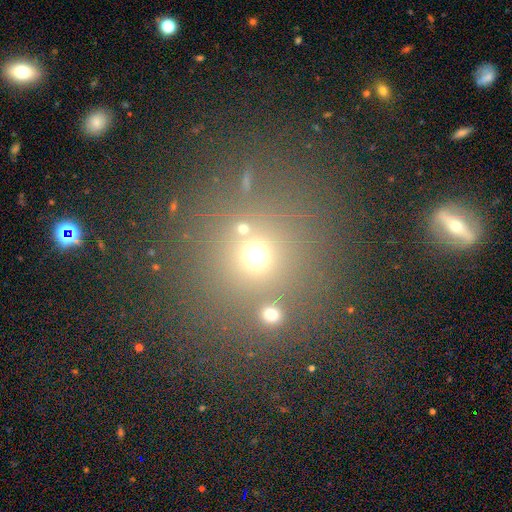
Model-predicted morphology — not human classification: Smooth or featured? smooth (61%)
How rounded? round (89%)
Merging? none (71%)